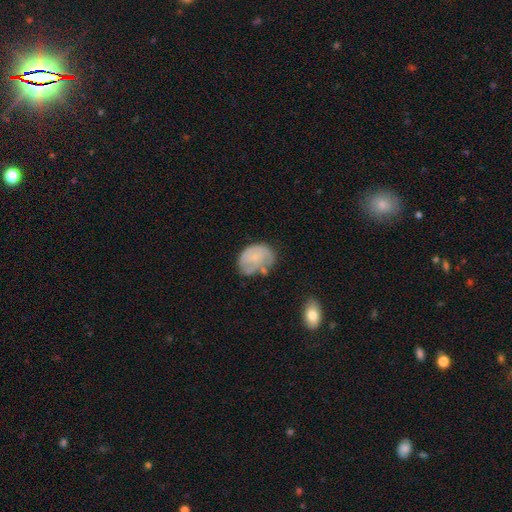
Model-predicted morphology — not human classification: smooth_or_featured: smooth (p=0.47) [alt: featured or disk p=0.45]
merging: none (p=0.46) [alt: minor disturbance p=0.32]